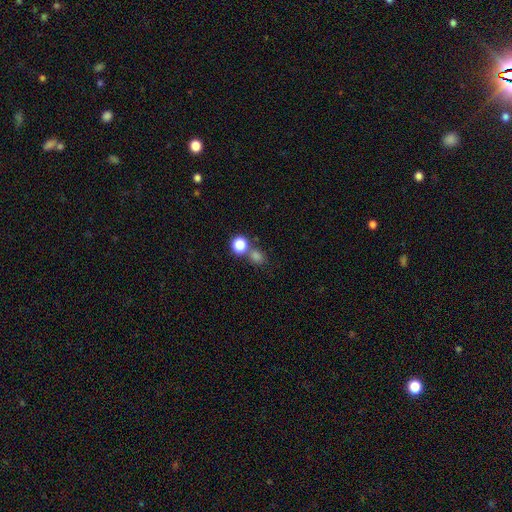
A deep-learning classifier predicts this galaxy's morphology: Smooth or featured?
  - smooth: 73% *
  - star or artifact: 20%
  - featured or disk: 7%
How rounded?
  - round: 73% *
  - in between: 25%
  - cigar-shaped: 1%
Merging?
  - none: 60% *
  - merger: 26%
  - minor disturbance: 9%
  - major disturbance: 4%